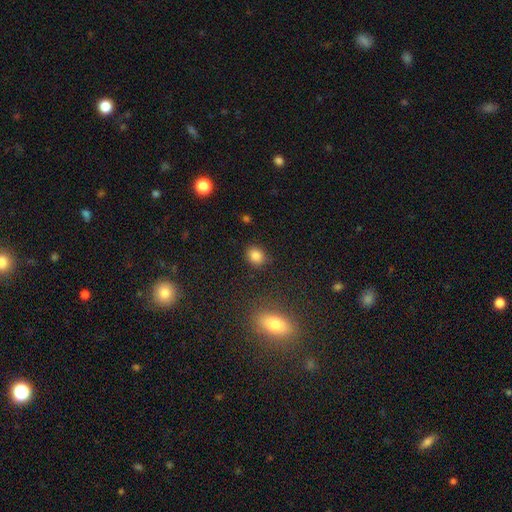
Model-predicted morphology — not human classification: This appears to be a smooth galaxy with no disk features (84%) that is round (58%). Merging: none (86%).